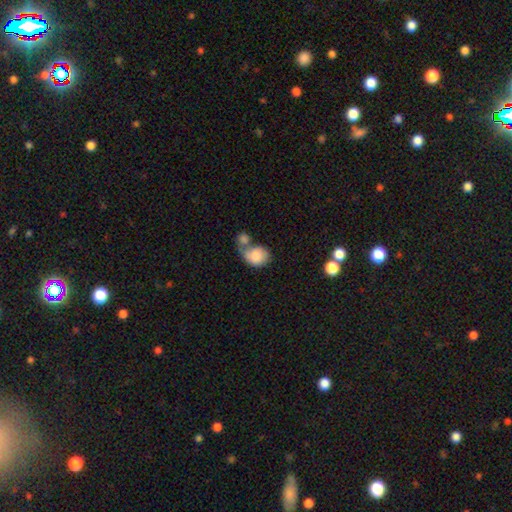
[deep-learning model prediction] smooth-or-featured: smooth: 83% | featured or disk: 11% | star or artifact: 7%
  how-rounded: round: 50% | in between: 49% | cigar-shaped: 1%
  merging: merger: 57% | none: 22% | minor disturbance: 12% | major disturbance: 8%